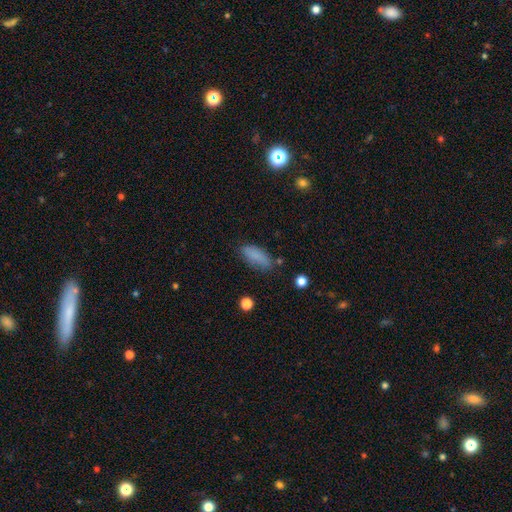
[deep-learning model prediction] Overall: smooth (83%). How rounded: in between (74%). Merging: none (72%).